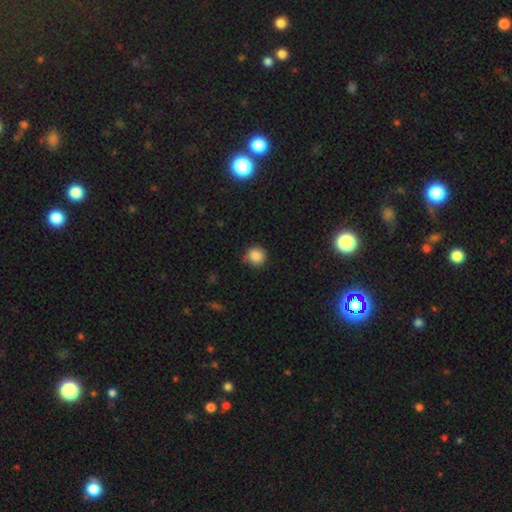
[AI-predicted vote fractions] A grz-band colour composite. It shows a smooth galaxy with no disk features (86%) that is round (93%). Merging: none (76%).